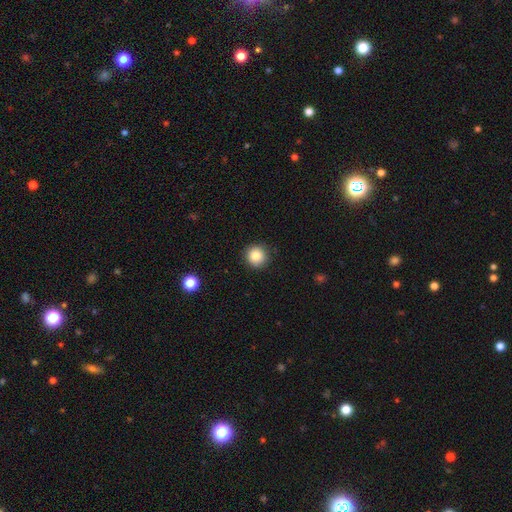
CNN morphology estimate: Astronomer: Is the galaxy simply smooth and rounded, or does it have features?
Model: smooth — 86%.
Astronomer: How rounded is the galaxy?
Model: round — 92%.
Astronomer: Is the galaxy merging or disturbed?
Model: none — 89%.